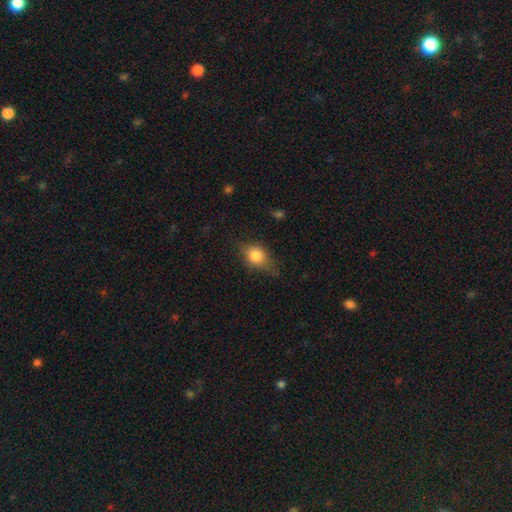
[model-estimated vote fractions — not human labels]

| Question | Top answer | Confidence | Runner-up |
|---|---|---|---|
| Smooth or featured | smooth | 77% | featured or disk (14%) |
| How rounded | in between | 64% | round (32%) |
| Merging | none | 57% | minor disturbance (32%) |